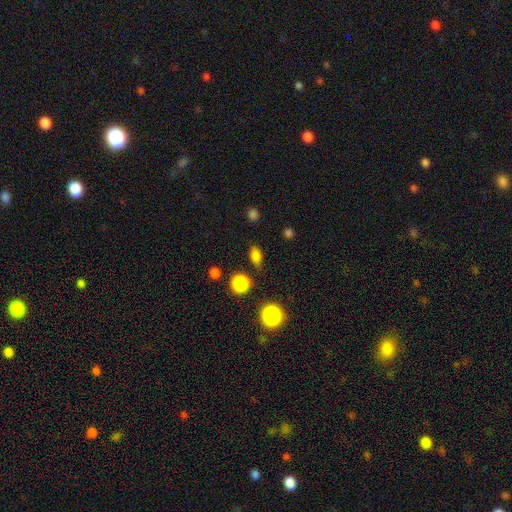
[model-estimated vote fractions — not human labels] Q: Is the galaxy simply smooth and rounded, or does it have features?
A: smooth — 79%.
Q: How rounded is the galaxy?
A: in between — 73%.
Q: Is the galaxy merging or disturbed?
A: none — 79%.